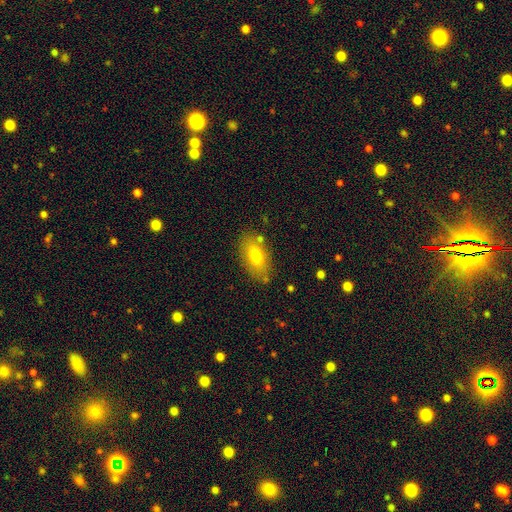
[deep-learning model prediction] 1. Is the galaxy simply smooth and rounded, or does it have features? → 73% smooth, 19% featured or disk, 8% star or artifact.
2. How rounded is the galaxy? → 89% in between, 7% round, 4% cigar-shaped.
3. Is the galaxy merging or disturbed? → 77% none, 14% minor disturbance, 5% merger, 4% major disturbance.